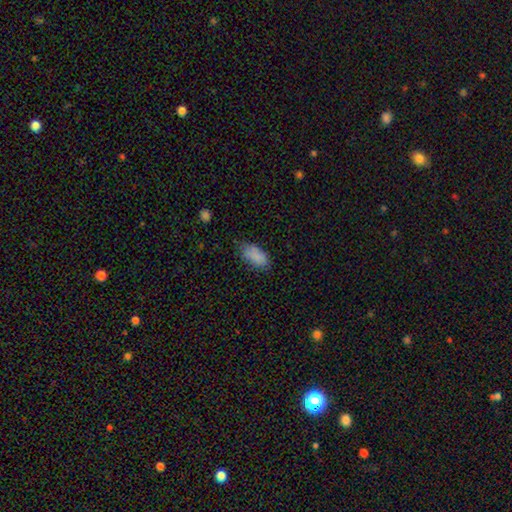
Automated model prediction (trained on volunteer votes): Overall: smooth (85%). How rounded: in between (92%). Merging: none (70%).